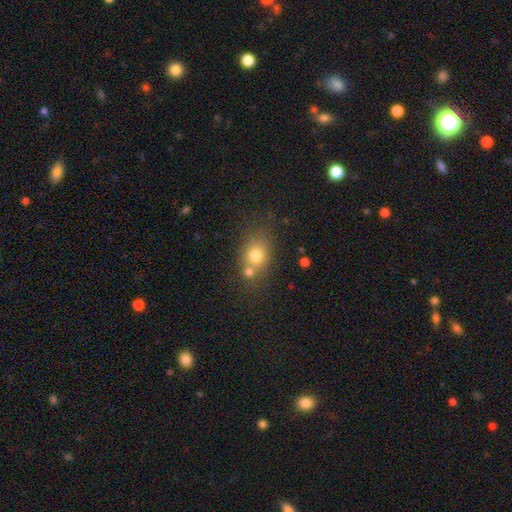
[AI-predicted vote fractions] Smooth or featured? smooth (76%)
How rounded? round (53%)
Merging? none (49%)